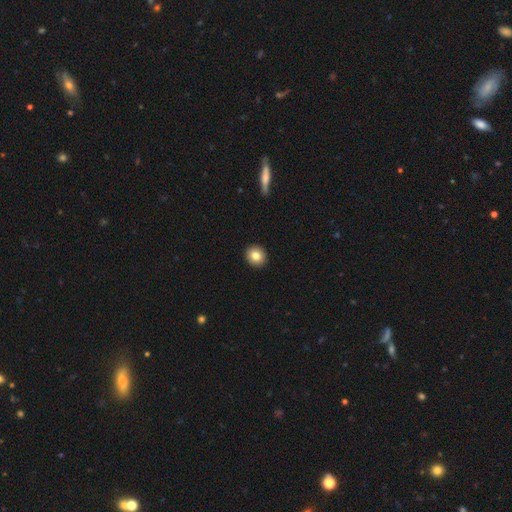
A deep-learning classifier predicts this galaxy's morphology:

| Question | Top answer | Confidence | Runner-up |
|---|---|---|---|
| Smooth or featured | smooth | 82% | star or artifact (9%) |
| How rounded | round | 85% | in between (14%) |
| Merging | none | 93% | minor disturbance (5%) |